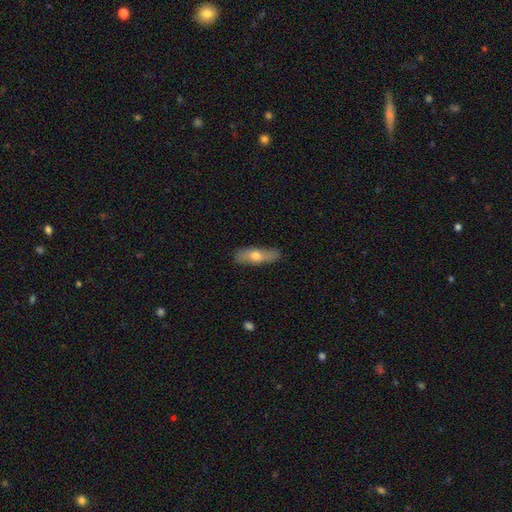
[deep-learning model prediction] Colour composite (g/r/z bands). It shows a smooth galaxy with no disk features (51%) that is cigar-shaped (59%). Merging: none (84%).